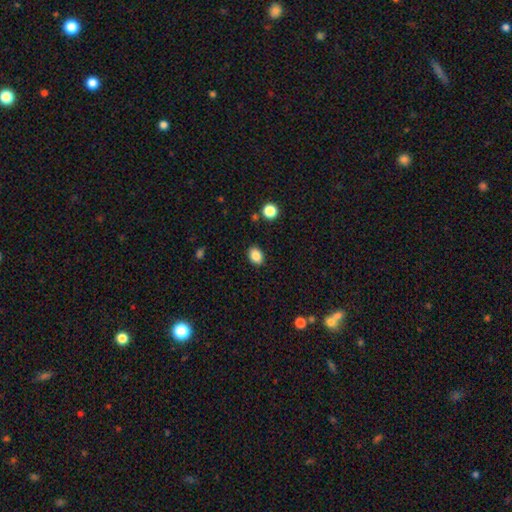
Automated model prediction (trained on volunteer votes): A smooth galaxy with no disk features (86%) that is in between round and cigar-shaped (74%). Merging: none (88%).